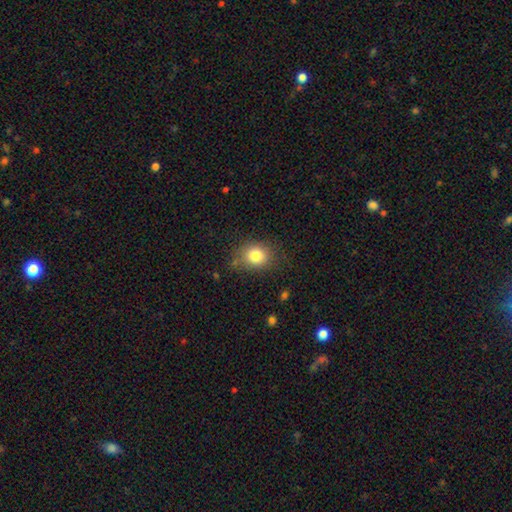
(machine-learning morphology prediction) A smooth galaxy with no disk features (82%) that is round (58%).

Vote fractions:
- Smooth or featured? smooth: 82% / star or artifact: 11% / featured or disk: 8%
- How rounded? round: 58% / in between: 41% / cigar-shaped: 1%
- Merging? none: 77% / minor disturbance: 16% / major disturbance: 4% / merger: 2%